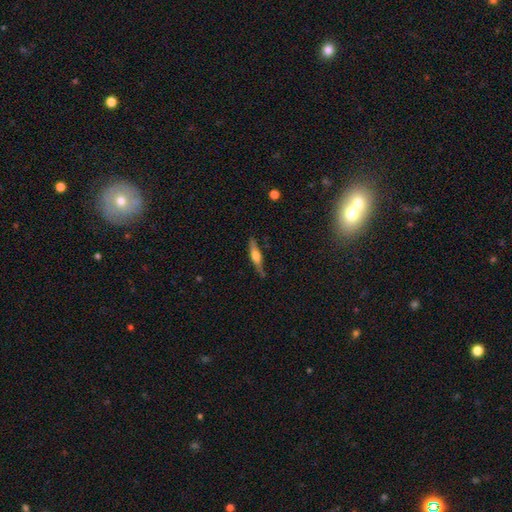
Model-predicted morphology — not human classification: featured or disk 60%, smooth 34%, star or artifact 6%. Down the decision tree: edge-on disk — yes (96%); edge-on bulge — rounded (90%); merging — none (81%).